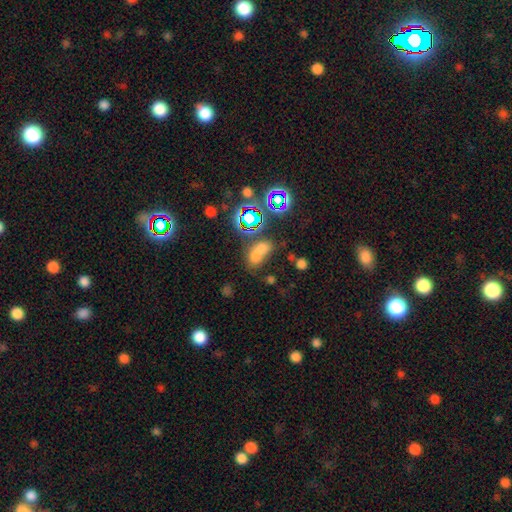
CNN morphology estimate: Smooth or featured? Predicted: smooth (p=0.60). How rounded? Predicted: in between (p=0.67). Merging? Predicted: merger (p=0.52).